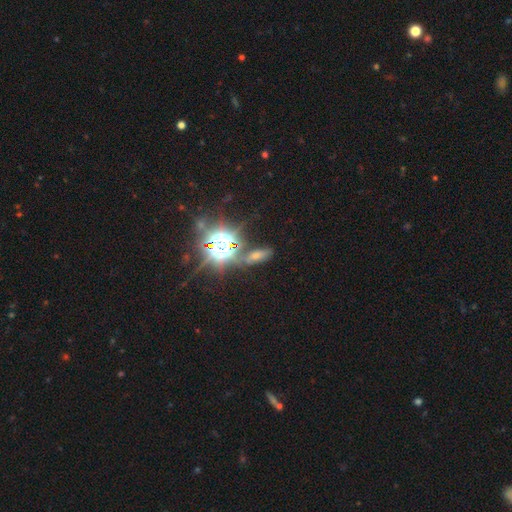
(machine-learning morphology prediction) Smooth or featured?
  - star or artifact: 48% *
  - smooth: 38%
  - featured or disk: 14%